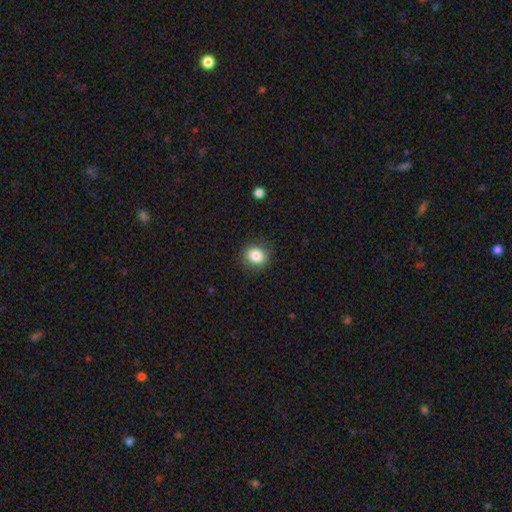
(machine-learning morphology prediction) Smooth or featured?
  - smooth: 85% *
  - star or artifact: 10%
  - featured or disk: 5%
How rounded?
  - round: 72% *
  - in between: 27%
  - cigar-shaped: 1%
Merging?
  - none: 88% *
  - minor disturbance: 8%
  - major disturbance: 3%
  - merger: 1%